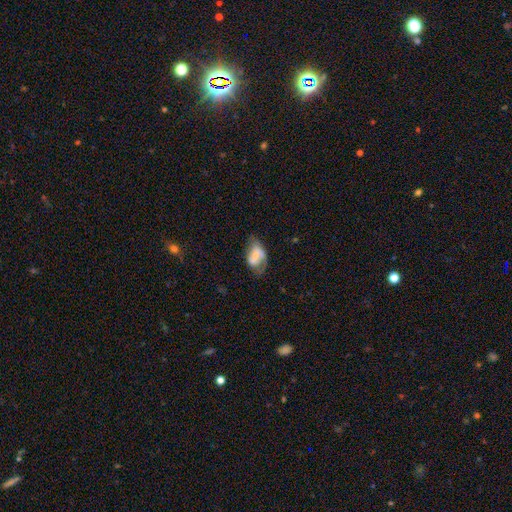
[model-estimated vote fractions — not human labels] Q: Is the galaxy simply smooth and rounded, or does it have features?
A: featured or disk — 49%.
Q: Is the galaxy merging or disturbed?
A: none — 41%.